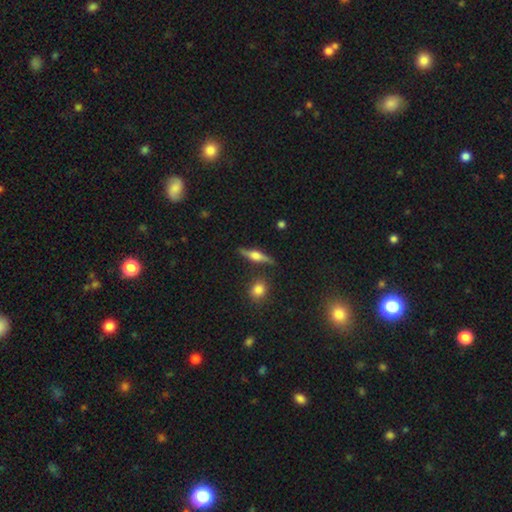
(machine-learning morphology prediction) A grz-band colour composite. It shows a featured or disk galaxy (67%) viewed edge-on (94%) with a rounded central bulge (88%). Merging: none (82%).